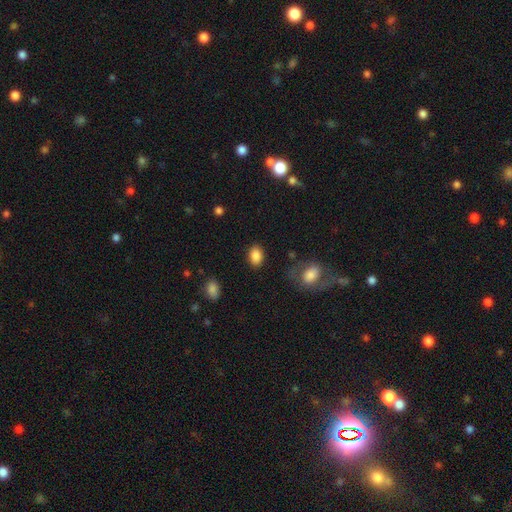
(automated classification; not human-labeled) Smooth or featured?
  - smooth: 87% *
  - star or artifact: 8%
  - featured or disk: 5%
How rounded?
  - in between: 81% *
  - round: 18%
  - cigar-shaped: 1%
Merging?
  - none: 85% *
  - minor disturbance: 10%
  - major disturbance: 3%
  - merger: 2%